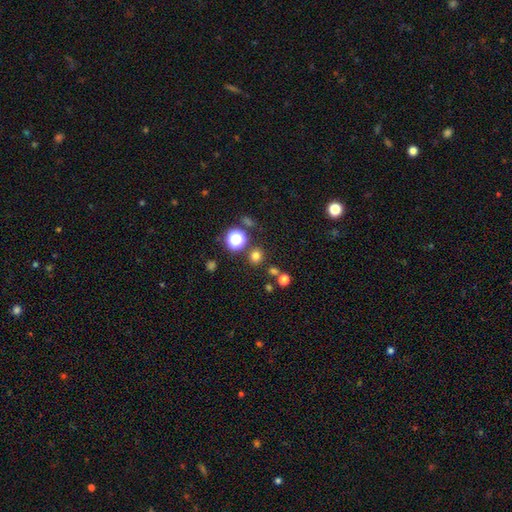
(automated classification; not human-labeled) Smooth or featured: smooth — 74% (star or artifact — 20%)
How rounded: round — 88% (in between — 11%)
Merging: none — 81% (merger — 8%)